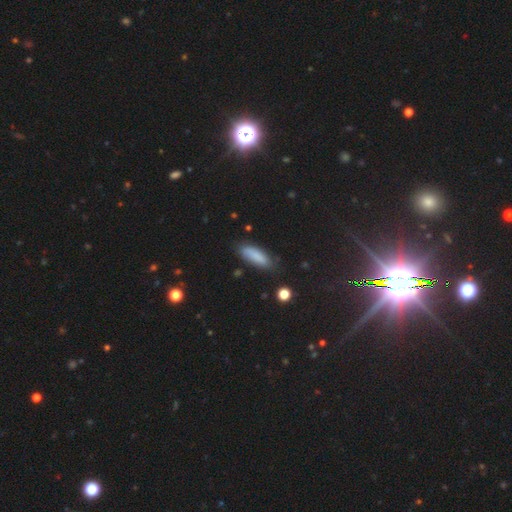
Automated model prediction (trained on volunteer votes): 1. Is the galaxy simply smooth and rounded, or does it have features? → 85% smooth, 8% featured or disk, 7% star or artifact.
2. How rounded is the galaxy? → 55% in between, 44% cigar-shaped, 2% round.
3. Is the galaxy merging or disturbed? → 80% none, 15% minor disturbance, 3% major disturbance, 2% merger.